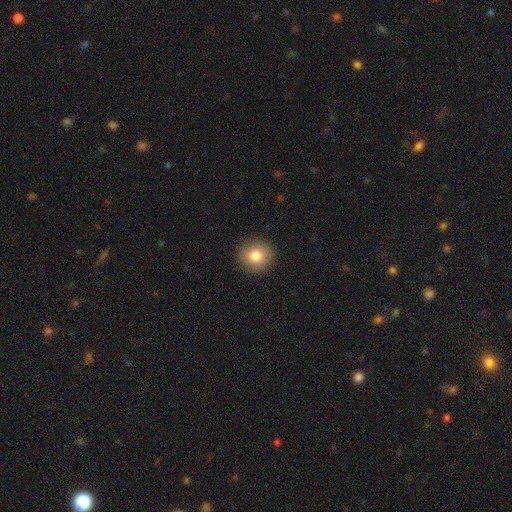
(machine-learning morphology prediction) smooth_or_featured: smooth (p=0.81) [alt: featured or disk p=0.10]
how_rounded: round (p=0.93) [alt: in between p=0.06]
merging: none (p=0.92) [alt: minor disturbance p=0.06]